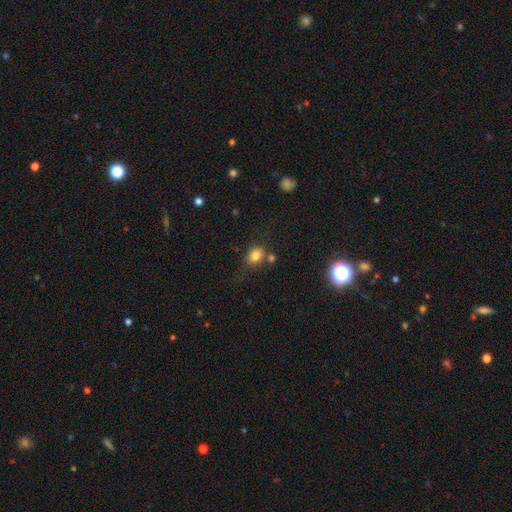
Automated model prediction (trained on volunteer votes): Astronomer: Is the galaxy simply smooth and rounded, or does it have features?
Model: smooth — 81%.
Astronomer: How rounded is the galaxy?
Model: round — 49%, tied with in between at 49%.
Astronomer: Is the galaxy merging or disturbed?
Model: none — 61%.